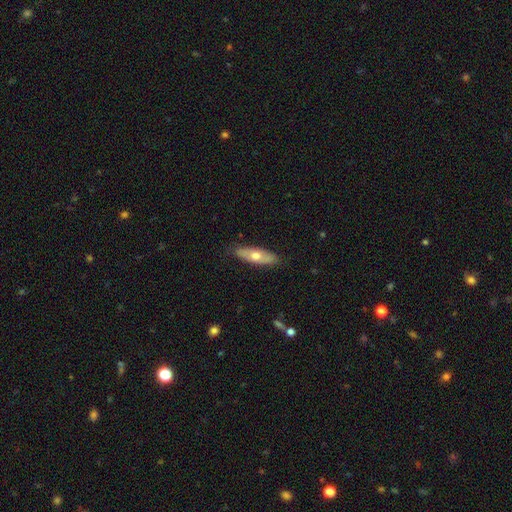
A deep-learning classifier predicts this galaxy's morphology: Smooth or featured? smooth (57%)
How rounded? in between (54%)
Merging? none (85%)